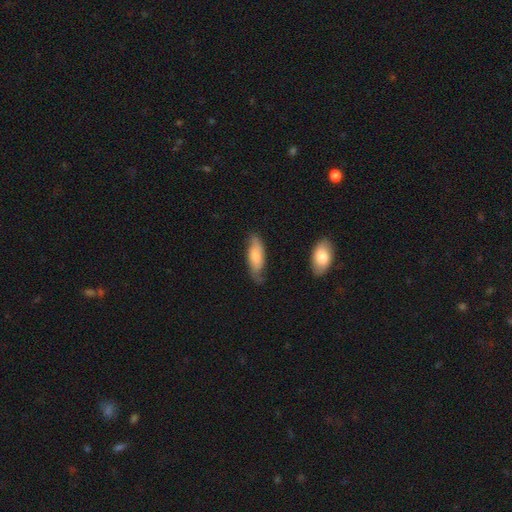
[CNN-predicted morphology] type=smooth (62%); roundness=in between (68%); merging=none (63%).